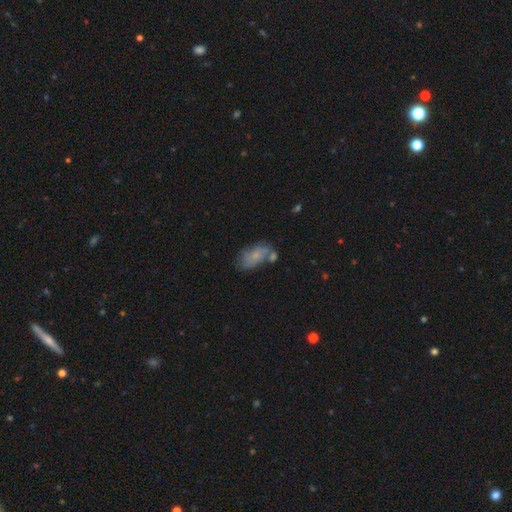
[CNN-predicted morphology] This appears to be a smooth galaxy with no disk features (59%) that is in between round and cigar-shaped (90%). Merging: none (44%).